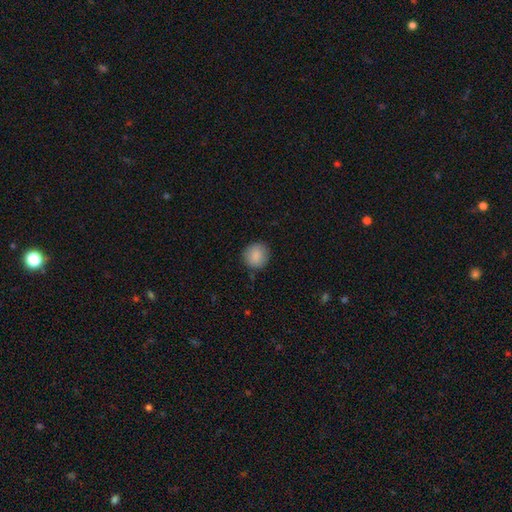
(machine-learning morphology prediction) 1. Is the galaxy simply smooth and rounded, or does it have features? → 87% smooth, 7% star or artifact, 5% featured or disk.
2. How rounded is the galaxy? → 86% round, 13% in between, 1% cigar-shaped.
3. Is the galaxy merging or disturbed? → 84% none, 12% minor disturbance, 3% major disturbance, 1% merger.